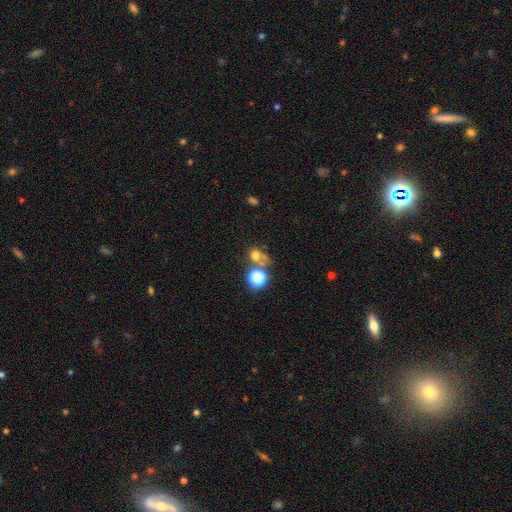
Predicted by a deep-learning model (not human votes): Smooth or featured? Predicted: smooth (p=0.61). How rounded? Predicted: round (p=0.82). Merging? Predicted: none (p=0.49).